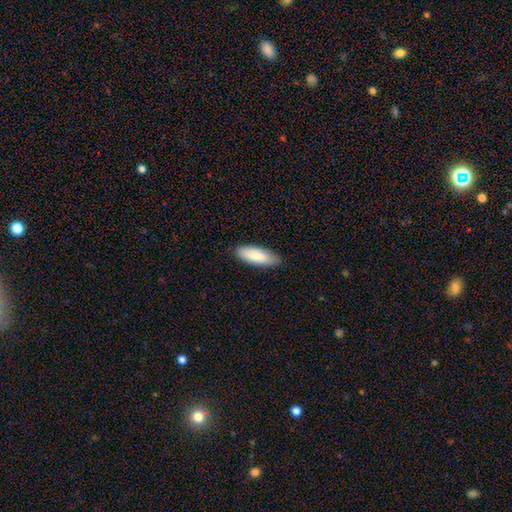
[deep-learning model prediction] Overall: smooth (84%). How rounded: in between (63%; cigar-shaped 36%). Merging: none (86%).